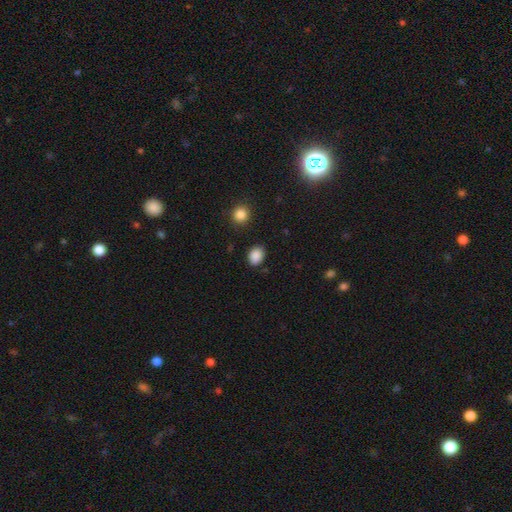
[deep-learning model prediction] A smooth galaxy with no disk features (88%) that is in between round and cigar-shaped (59%). Merging: none (84%).